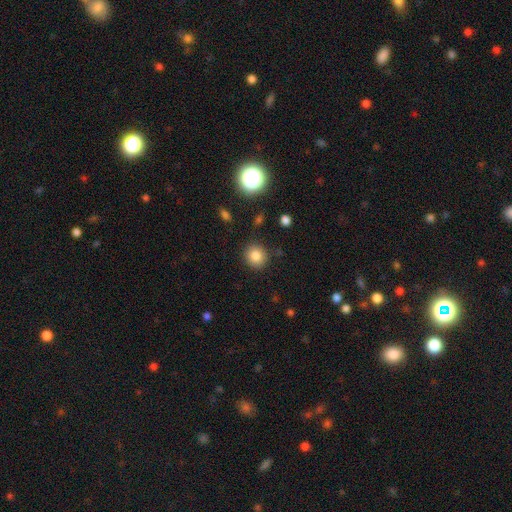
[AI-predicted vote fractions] Smooth or featured? smooth (81%)
How rounded? round (87%)
Merging? none (88%)